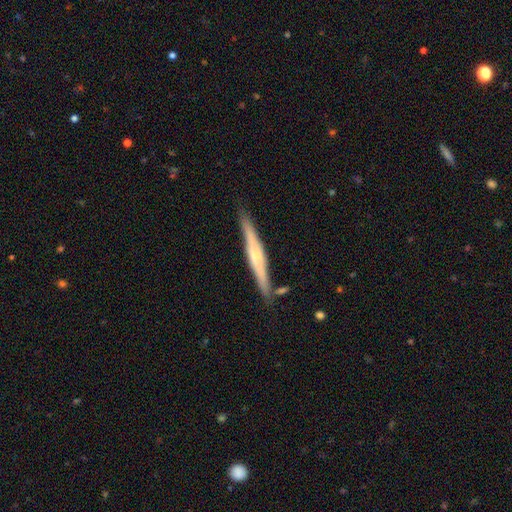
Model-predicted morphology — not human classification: Smooth or featured? Predicted: featured or disk (p=0.69). Edge-on disk? Predicted: yes (p=0.97). Edge-on bulge? Predicted: rounded (p=0.73). Merging? Predicted: none (p=0.85).